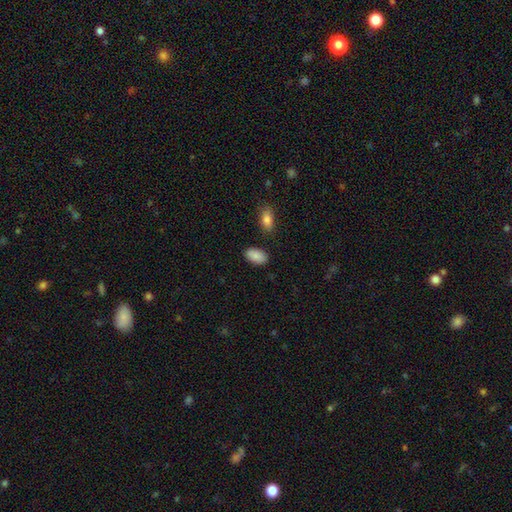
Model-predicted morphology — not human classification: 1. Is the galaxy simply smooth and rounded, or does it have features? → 89% smooth, 7% star or artifact, 5% featured or disk.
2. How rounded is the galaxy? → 93% in between, 5% round, 2% cigar-shaped.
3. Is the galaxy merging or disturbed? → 84% none, 10% minor disturbance, 3% merger, 2% major disturbance.